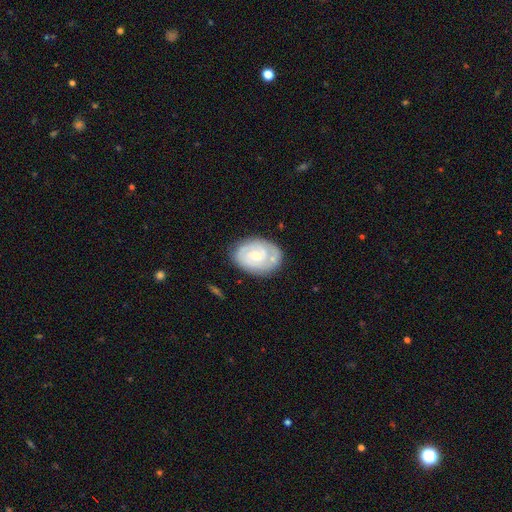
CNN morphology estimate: Smooth or featured? Predicted: featured or disk (p=0.72). Edge-on disk? Predicted: no (p=0.97). Bar? Predicted: no (p=0.62). Spiral arms? Predicted: yes (p=0.90). Spiral winding? Predicted: tight (p=0.66). Spiral arm count? Predicted: 2 (p=0.54). Bulge size? Predicted: small (p=0.55). Merging? Predicted: none (p=0.75).